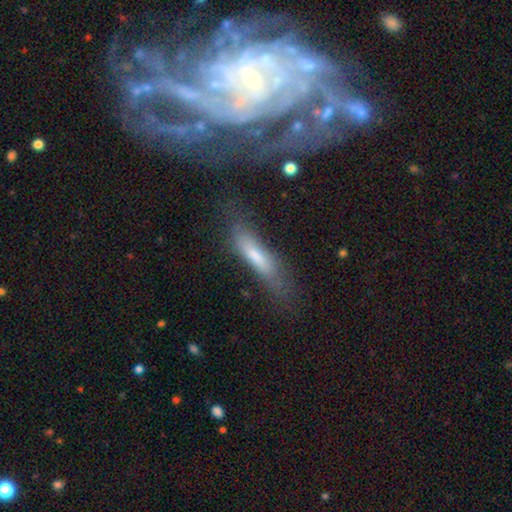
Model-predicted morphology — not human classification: Overall: smooth (66%). How rounded: cigar-shaped (77%). Merging: none (59%; minor disturbance 22%).